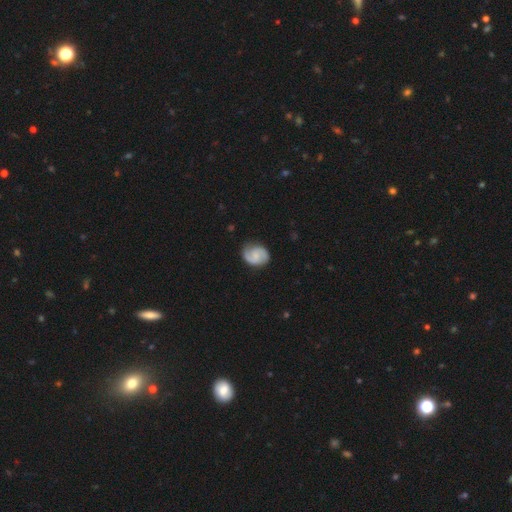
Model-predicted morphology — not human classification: smooth-or-featured: featured or disk: 62% | smooth: 31% | star or artifact: 6%
  disk-edge-on: no: 98% | yes: 2%
    bar: no: 54% | weak: 39% | strong: 6%
    has-spiral-arms: yes: 94% | no: 6%
      spiral-winding: medium: 46% | tight: 31% | loose: 23%
      spiral-arm-count: 2: 86% | can't tell: 6% | 1: 5% | 3: 1% | 4: 1% | more than 4: 1%
    bulge-size: small: 45% | none: 29% | moderate: 22% | large: 2% | dominant: 1%
  merging: none: 77% | minor disturbance: 17% | major disturbance: 5% | merger: 1%